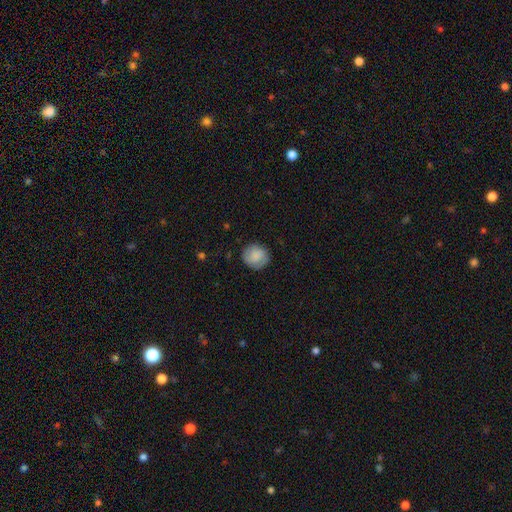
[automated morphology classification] A smooth galaxy with no disk features (78%) that is round (87%).

Vote fractions:
- Smooth or featured? smooth: 78% / featured or disk: 15% / star or artifact: 7%
- How rounded? round: 87% / in between: 12% / cigar-shaped: 1%
- Merging? none: 80% / minor disturbance: 15% / major disturbance: 4% / merger: 1%